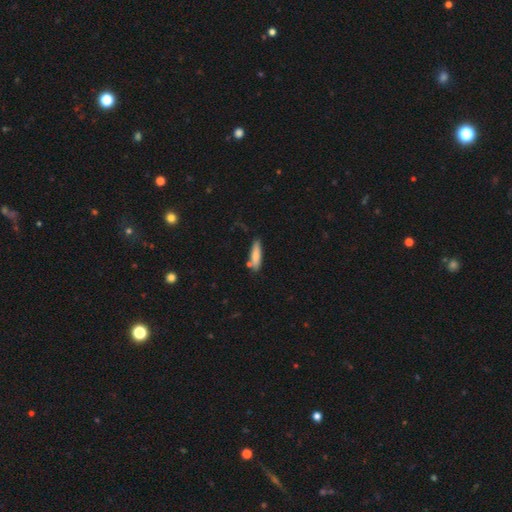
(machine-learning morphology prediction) A smooth galaxy with no disk features (78%) that is cigar-shaped (73%).

Vote fractions:
- Smooth or featured? smooth: 78% / featured or disk: 15% / star or artifact: 6%
- How rounded? cigar-shaped: 73% / in between: 25% / round: 2%
- Merging? none: 74% / minor disturbance: 16% / merger: 7% / major disturbance: 3%